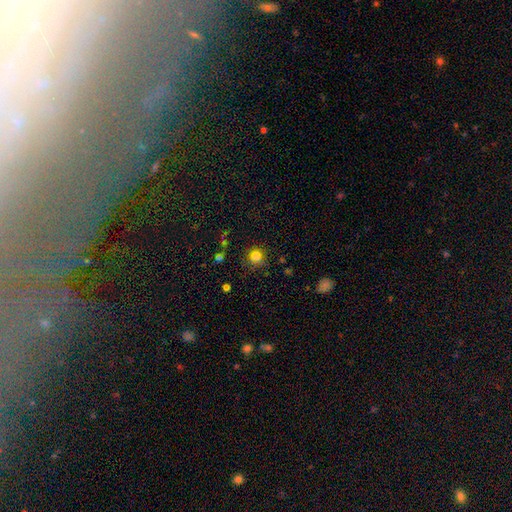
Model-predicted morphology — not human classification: Smooth or featured: smooth — 77% (star or artifact — 16%)
How rounded: round — 87% (in between — 12%)
Merging: none — 80% (minor disturbance — 11%)